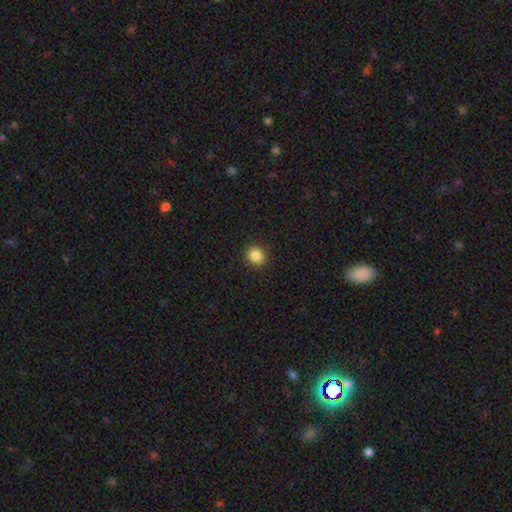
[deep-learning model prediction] smooth-or-featured: smooth: 86% | star or artifact: 11% | featured or disk: 4%
  how-rounded: round: 88% | in between: 11% | cigar-shaped: 1%
  merging: none: 92% | minor disturbance: 5% | major disturbance: 2% | merger: 1%